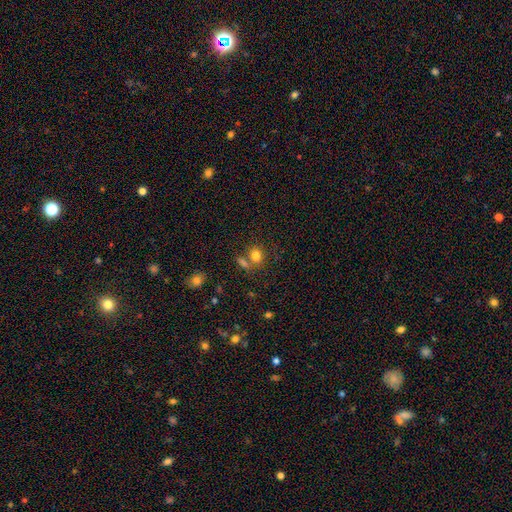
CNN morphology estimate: A smooth galaxy with no disk features (80%) that is round (64%).

Vote fractions:
- Smooth or featured? smooth: 80% / star or artifact: 12% / featured or disk: 8%
- How rounded? round: 64% / in between: 35% / cigar-shaped: 1%
- Merging? none: 58% / merger: 26% / minor disturbance: 11% / major disturbance: 5%